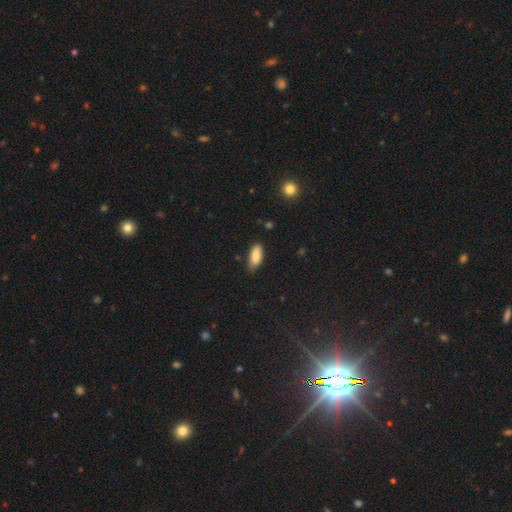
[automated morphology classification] Q: Smooth or featured?
A: smooth (83%); runner-up: featured or disk (10%)
Q: How rounded?
A: in between (82%); runner-up: cigar-shaped (16%)
Q: Merging?
A: none (72%); runner-up: minor disturbance (23%)